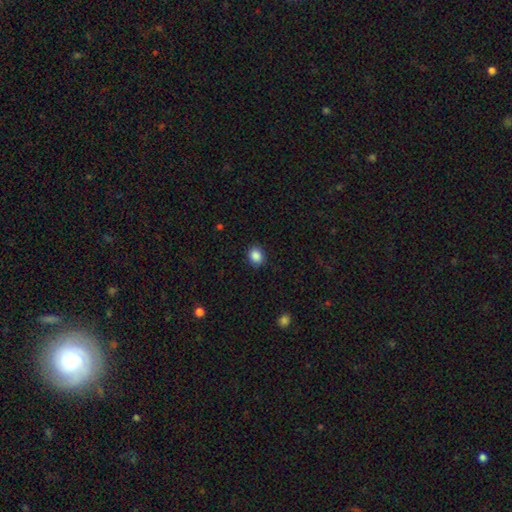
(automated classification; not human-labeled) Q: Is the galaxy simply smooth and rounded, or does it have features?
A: smooth — 88%.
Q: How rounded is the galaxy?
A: round — 60%.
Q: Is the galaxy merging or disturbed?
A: none — 88%.